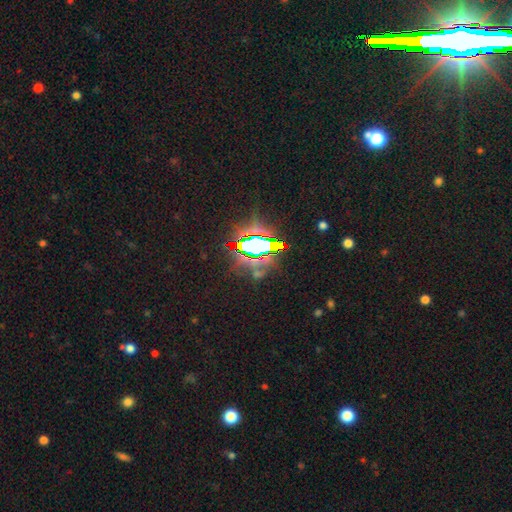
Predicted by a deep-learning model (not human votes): This is clearly a star or artifact rather than a galaxy (83%).